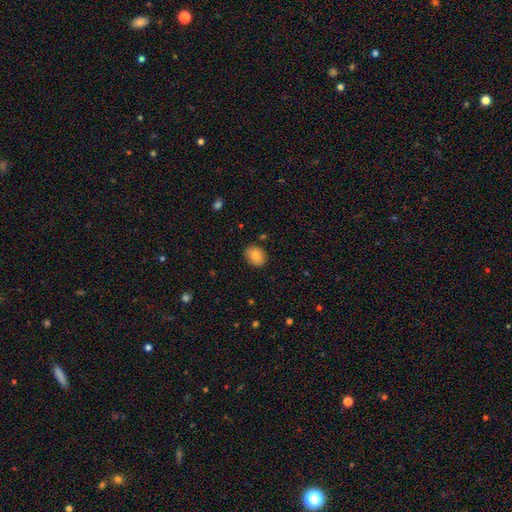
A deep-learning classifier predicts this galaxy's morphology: smooth 84%, featured or disk 8%, star or artifact 8%. Down the decision tree: how rounded — in between (56%); merging — none (85%).